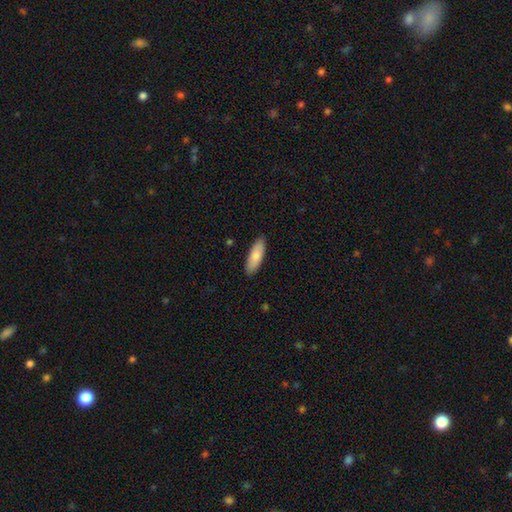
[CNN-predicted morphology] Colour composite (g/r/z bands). It shows a smooth galaxy with no disk features (84%) that is in between round and cigar-shaped (61%). Merging: none (88%).